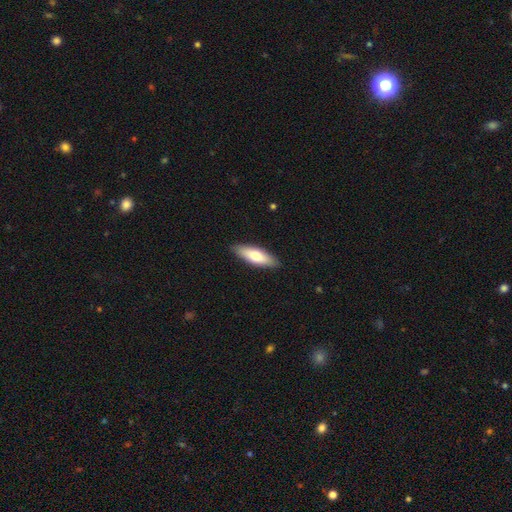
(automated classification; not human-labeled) A smooth galaxy with no disk features (68%) that is in between round and cigar-shaped (54%).

Vote fractions:
- Smooth or featured? smooth: 68% / featured or disk: 27% / star or artifact: 5%
- How rounded? in between: 54% / cigar-shaped: 44% / round: 2%
- Merging? none: 89% / minor disturbance: 9% / major disturbance: 2% / merger: 1%